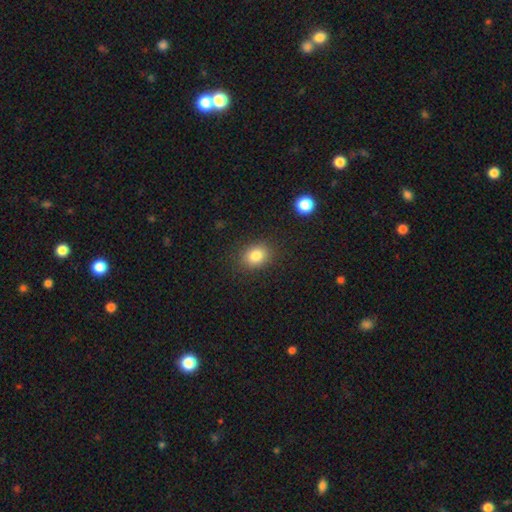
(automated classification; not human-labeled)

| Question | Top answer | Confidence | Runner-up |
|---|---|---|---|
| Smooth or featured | smooth | 82% | star or artifact (11%) |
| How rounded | in between | 50% | round (49%) |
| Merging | none | 87% | minor disturbance (9%) |